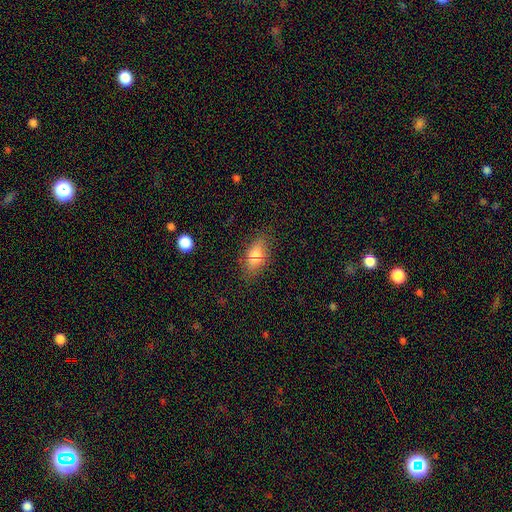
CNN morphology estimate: smooth_or_featured: smooth (p=0.71) [alt: featured or disk p=0.18]
how_rounded: in between (p=0.83) [alt: cigar-shaped p=0.10]
merging: none (p=0.79) [alt: minor disturbance p=0.14]